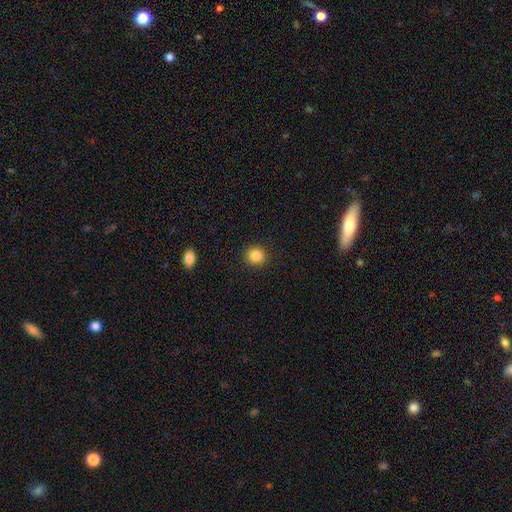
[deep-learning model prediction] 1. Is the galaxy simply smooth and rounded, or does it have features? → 85% smooth, 10% star or artifact, 5% featured or disk.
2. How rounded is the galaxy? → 91% round, 8% in between, 1% cigar-shaped.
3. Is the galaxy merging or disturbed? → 91% none, 6% minor disturbance, 2% major disturbance, 1% merger.